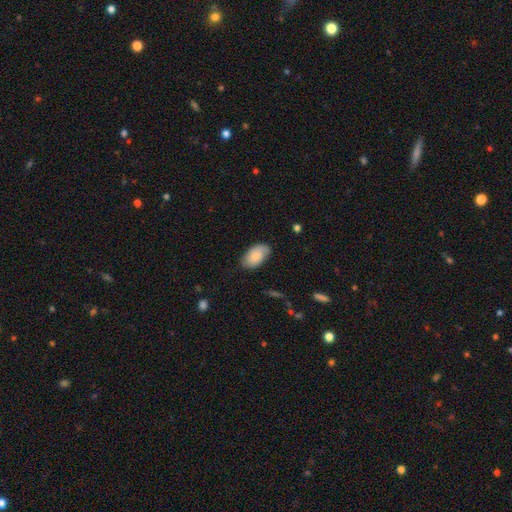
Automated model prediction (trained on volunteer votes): A smooth galaxy with no disk features (77%) that is in between round and cigar-shaped (94%).

Vote fractions:
- Smooth or featured? smooth: 77% / featured or disk: 17% / star or artifact: 7%
- How rounded? in between: 94% / round: 5% / cigar-shaped: 1%
- Merging? none: 72% / minor disturbance: 22% / major disturbance: 5% / merger: 1%